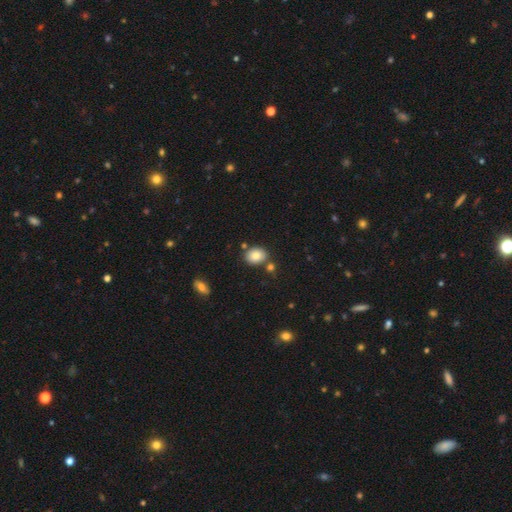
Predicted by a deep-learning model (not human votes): A smooth galaxy with no disk features (82%) that is in between round and cigar-shaped (62%).

Vote fractions:
- Smooth or featured? smooth: 82% / star or artifact: 9% / featured or disk: 9%
- How rounded? in between: 62% / round: 37% / cigar-shaped: 1%
- Merging? none: 76% / minor disturbance: 11% / merger: 10% / major disturbance: 3%